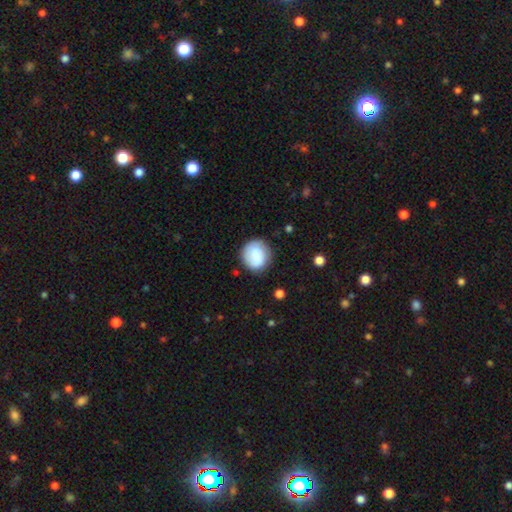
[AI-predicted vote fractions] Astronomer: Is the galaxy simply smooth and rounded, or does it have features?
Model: smooth — 78%.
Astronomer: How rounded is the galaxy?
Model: round — 83%.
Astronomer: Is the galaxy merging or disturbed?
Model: none — 78%.